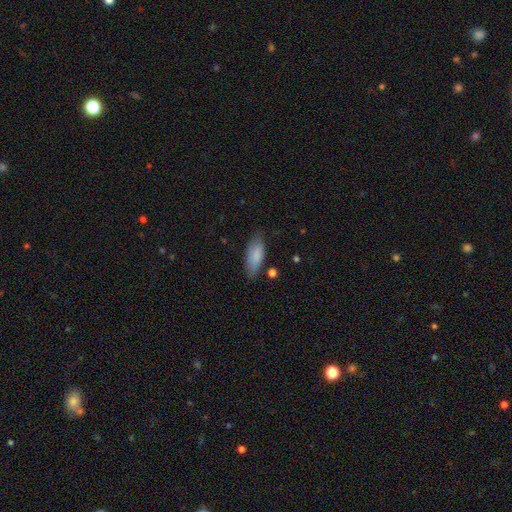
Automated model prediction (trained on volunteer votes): smooth_or_featured: smooth (p=0.84) [alt: featured or disk p=0.09]
how_rounded: in between (p=0.78) [alt: cigar-shaped p=0.20]
merging: none (p=0.74) [alt: minor disturbance p=0.20]